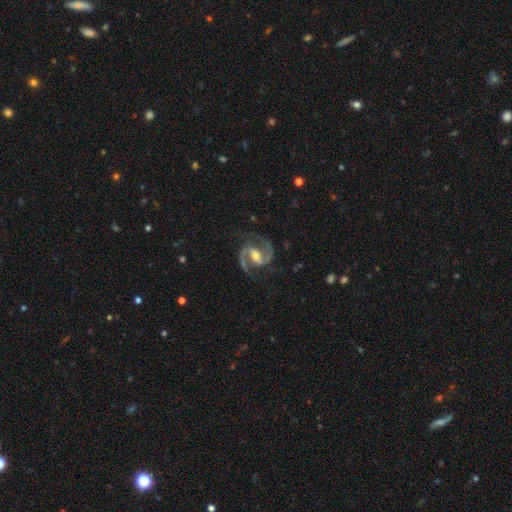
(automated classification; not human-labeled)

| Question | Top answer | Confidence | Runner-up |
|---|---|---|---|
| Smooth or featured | featured or disk | 94% | star or artifact (4%) |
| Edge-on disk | no | 98% | yes (2%) |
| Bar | weak | 45% | strong (36%) |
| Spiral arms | yes | 99% | no (1%) |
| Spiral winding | medium | 70% | tight (17%) |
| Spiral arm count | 2 | 94% | 3 (1%) |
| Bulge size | moderate | 59% | small (32%) |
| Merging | none | 80% | minor disturbance (13%) |